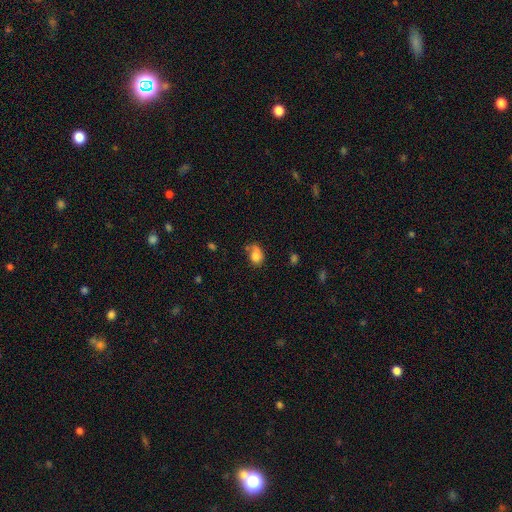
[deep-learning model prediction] Q: Smooth or featured?
A: smooth (77%); runner-up: featured or disk (13%)
Q: How rounded?
A: in between (67%); runner-up: round (32%)
Q: Merging?
A: none (46%); runner-up: minor disturbance (31%)